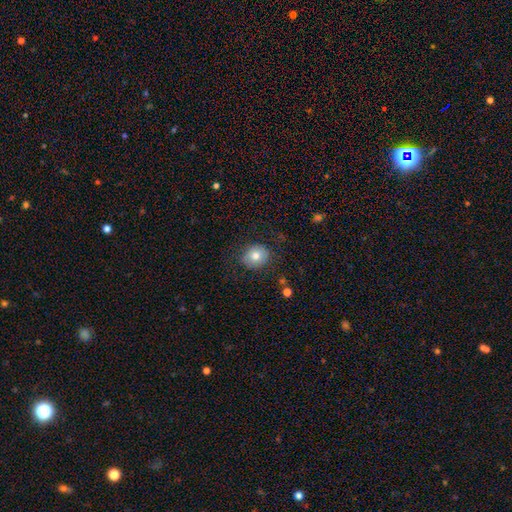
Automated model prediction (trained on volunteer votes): This is likely a smooth galaxy (77%). How rounded: likely round (71%). Merging: clearly none (82%).